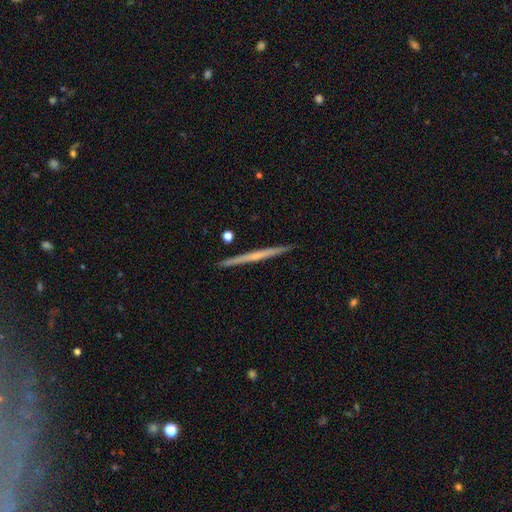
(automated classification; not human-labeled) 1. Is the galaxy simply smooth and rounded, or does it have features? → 65% featured or disk, 30% smooth, 5% star or artifact.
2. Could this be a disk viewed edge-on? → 98% yes, 2% no.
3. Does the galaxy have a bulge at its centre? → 67% none, 28% rounded, 5% boxy.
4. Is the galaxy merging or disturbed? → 92% none, 6% minor disturbance, 1% merger, 1% major disturbance.